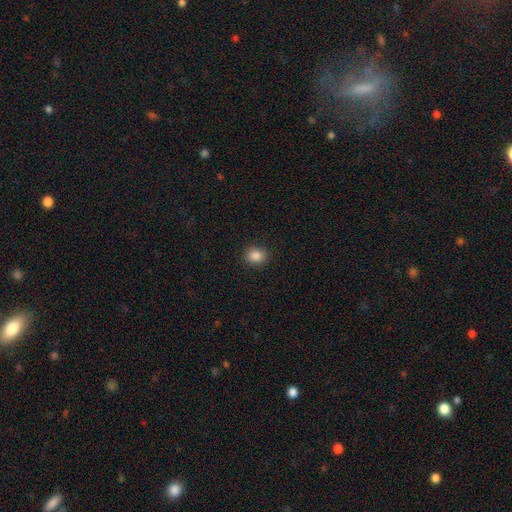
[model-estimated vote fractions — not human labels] Overall: smooth (86%). How rounded: round (60%; in between 39%). Merging: none (89%).